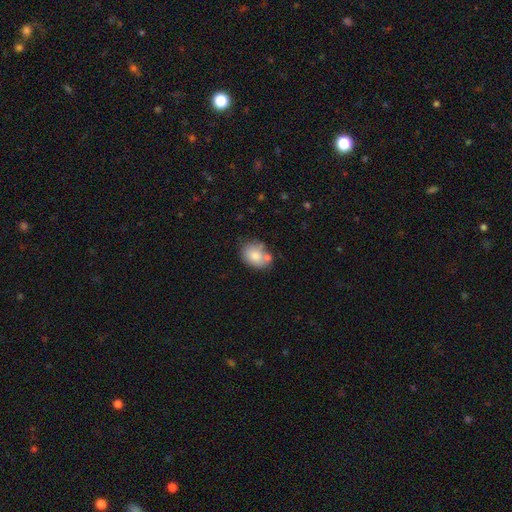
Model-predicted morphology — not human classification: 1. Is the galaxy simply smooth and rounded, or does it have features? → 79% smooth, 13% featured or disk, 8% star or artifact.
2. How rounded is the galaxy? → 69% in between, 29% round, 1% cigar-shaped.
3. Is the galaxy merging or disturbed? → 59% none, 19% minor disturbance, 17% merger, 5% major disturbance.